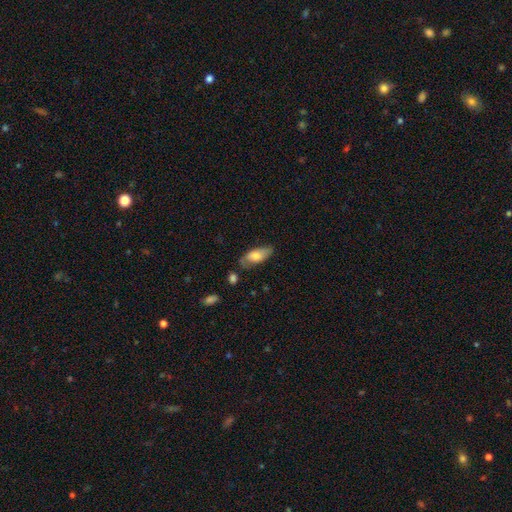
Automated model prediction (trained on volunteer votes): smooth_or_featured: smooth (p=0.67) [alt: featured or disk p=0.26]
how_rounded: in between (p=0.84) [alt: cigar-shaped p=0.13]
merging: none (p=0.63) [alt: minor disturbance p=0.26]